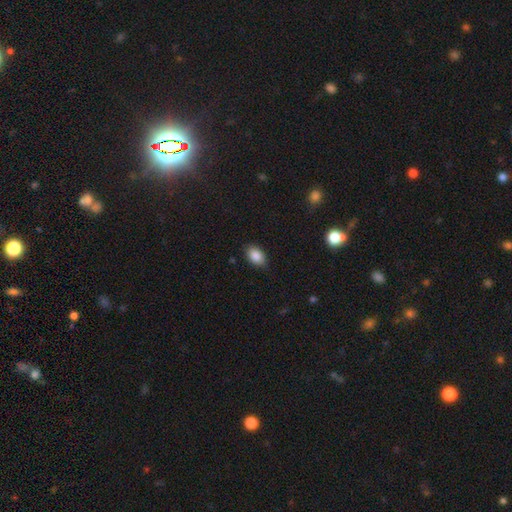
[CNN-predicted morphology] This appears to be a smooth galaxy with no disk features (87%) that is in between round and cigar-shaped (85%). Merging: none (82%).